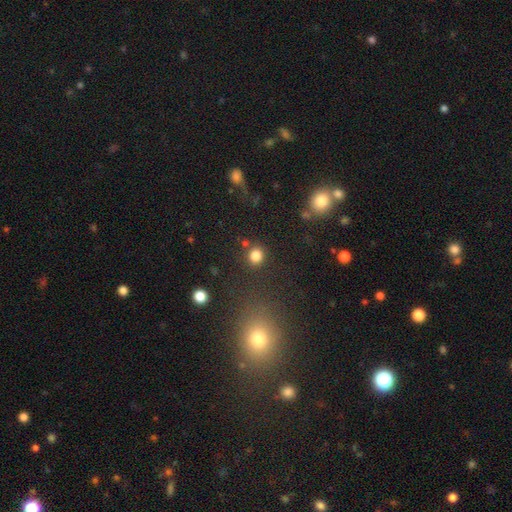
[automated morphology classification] A smooth galaxy with no disk features (82%) that is round (85%).

Vote fractions:
- Smooth or featured? smooth: 82% / star or artifact: 13% / featured or disk: 4%
- How rounded? round: 85% / in between: 14% / cigar-shaped: 1%
- Merging? none: 83% / minor disturbance: 8% / merger: 5% / major disturbance: 3%